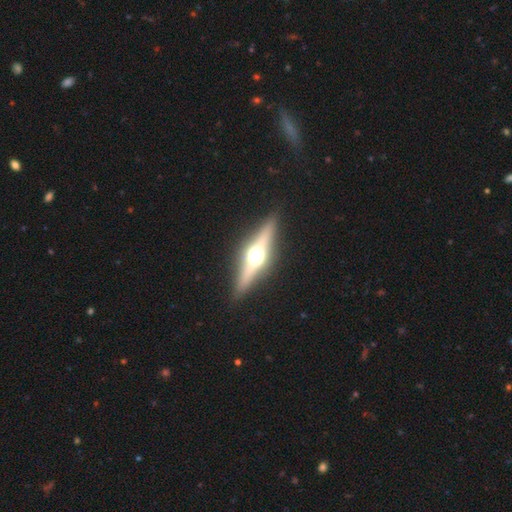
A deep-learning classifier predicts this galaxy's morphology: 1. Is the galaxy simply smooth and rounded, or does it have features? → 71% featured or disk, 21% smooth, 8% star or artifact.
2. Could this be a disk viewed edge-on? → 95% yes, 5% no.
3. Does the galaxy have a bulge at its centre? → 96% rounded, 2% boxy, 1% none.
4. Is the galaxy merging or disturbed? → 89% none, 7% minor disturbance, 2% major disturbance, 1% merger.